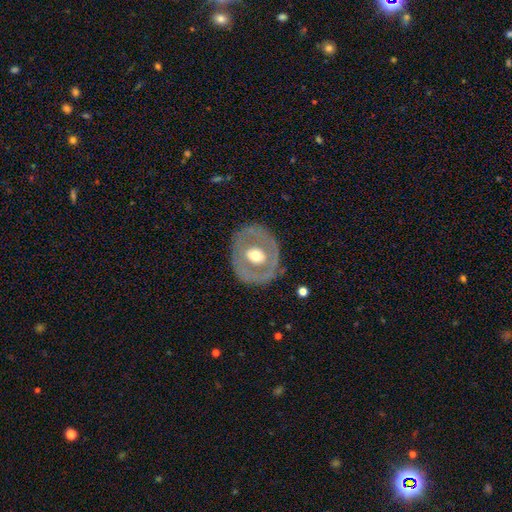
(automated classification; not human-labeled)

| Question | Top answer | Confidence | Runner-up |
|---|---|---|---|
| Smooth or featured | featured or disk | 62% | smooth (33%) |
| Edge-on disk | no | 94% | yes (6%) |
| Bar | no | 72% | weak (20%) |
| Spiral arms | no | 83% | yes (17%) |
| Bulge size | moderate | 70% | large (17%) |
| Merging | none | 77% | minor disturbance (14%) |